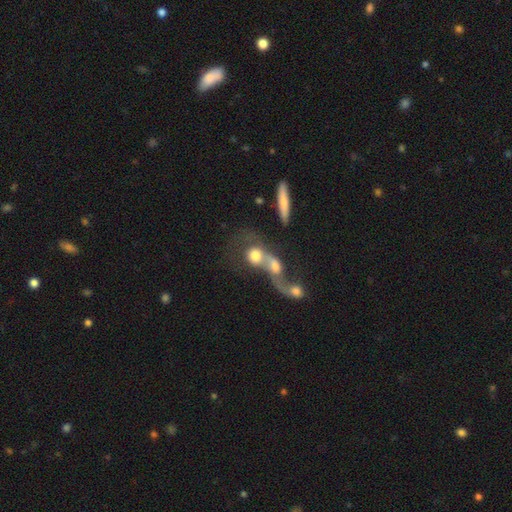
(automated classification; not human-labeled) Smooth or featured: smooth — 55% (featured or disk — 33%)
How rounded: round — 58% (in between — 34%)
Merging: merger — 74% (major disturbance — 11%)